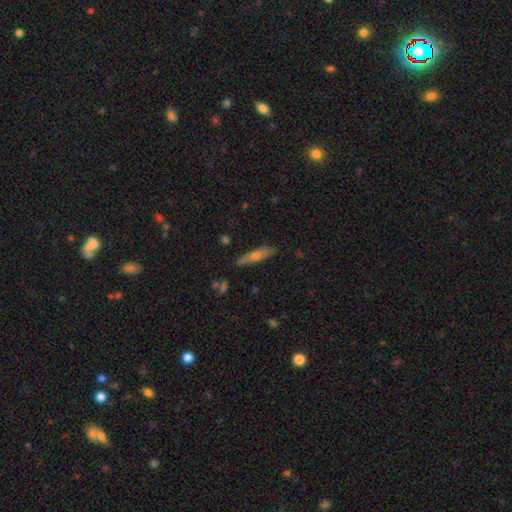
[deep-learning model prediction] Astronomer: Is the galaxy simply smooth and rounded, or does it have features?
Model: smooth — 51% (runner-up: featured or disk, 41%).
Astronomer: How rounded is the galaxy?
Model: cigar-shaped — 79%.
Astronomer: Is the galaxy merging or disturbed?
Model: none — 86%.